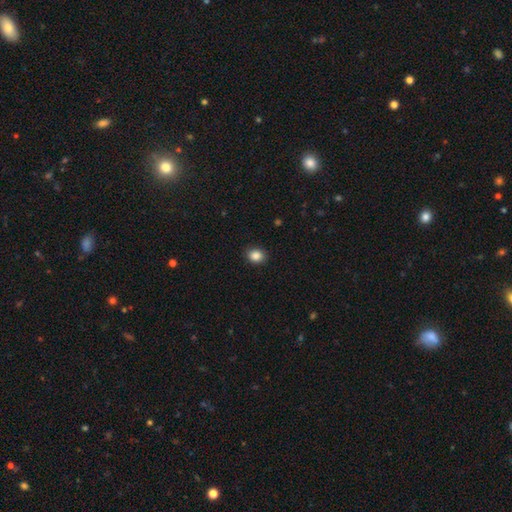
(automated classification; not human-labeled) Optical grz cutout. It shows a smooth galaxy with no disk features (87%) that is round (57%). Merging: none (90%).